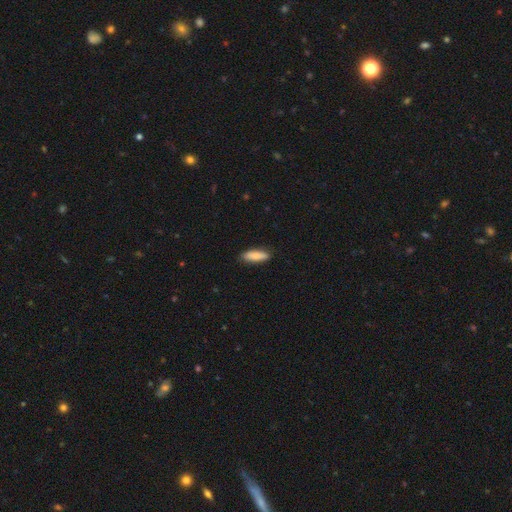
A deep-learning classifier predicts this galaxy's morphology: This appears to be a smooth galaxy with no disk features (81%) that is in between round and cigar-shaped (57%). Merging: none (84%).